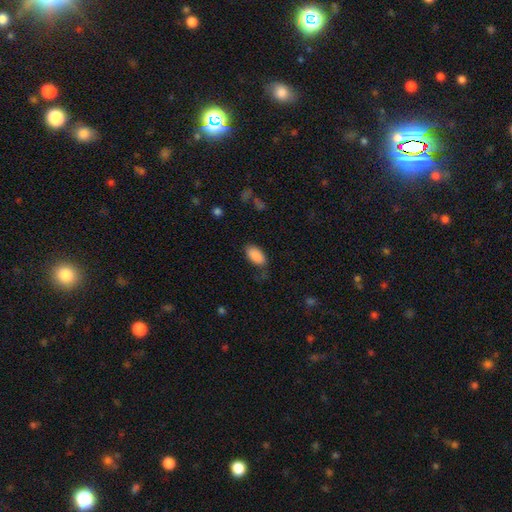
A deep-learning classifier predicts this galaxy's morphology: smooth 89%, star or artifact 7%, featured or disk 5%. Down the decision tree: how rounded — in between (95%); merging — none (69%).